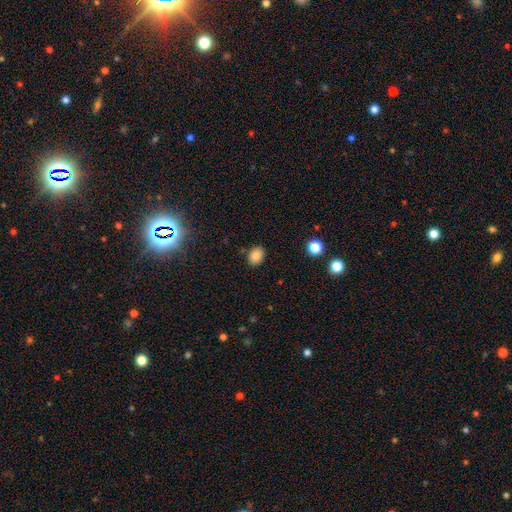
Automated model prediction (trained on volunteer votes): The model was most divided on "how rounded": in between: 59%, round: 40%, cigar-shaped: 1%. More confident: merging — none (85%); smooth or featured — smooth (84%).